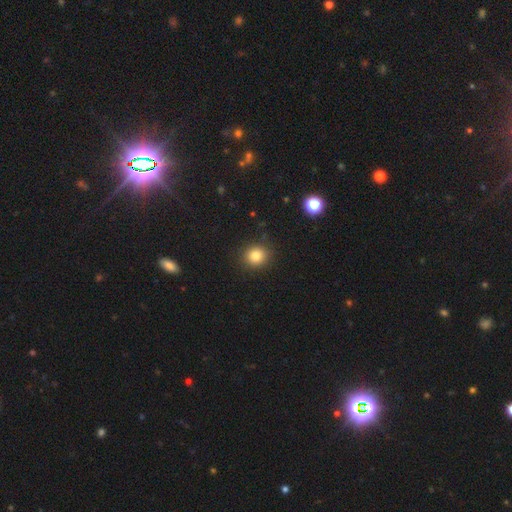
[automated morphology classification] type=smooth (82%); roundness=round (83%); merging=none (90%).